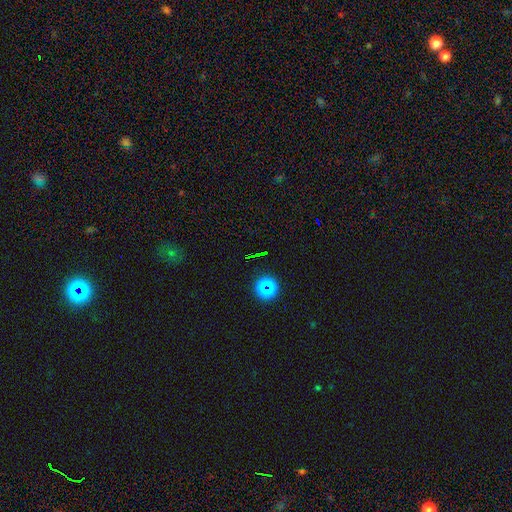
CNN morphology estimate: This is likely a star or artifact rather than a galaxy (69%).